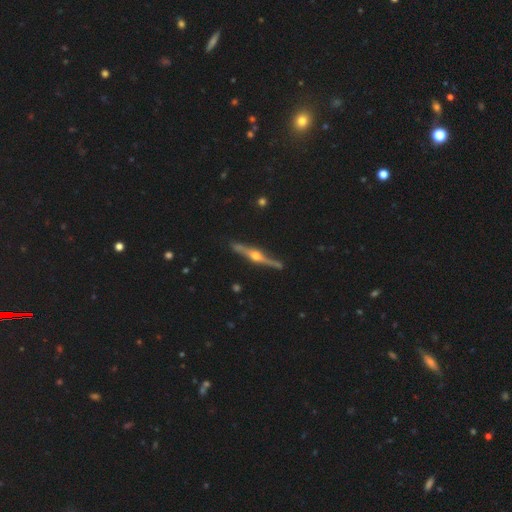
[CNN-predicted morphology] Smooth or featured: featured or disk — 85% (smooth — 10%)
Edge-on disk: yes — 98% (no — 2%)
Edge-on bulge: rounded — 96% (boxy — 2%)
Merging: none — 87% (minor disturbance — 9%)